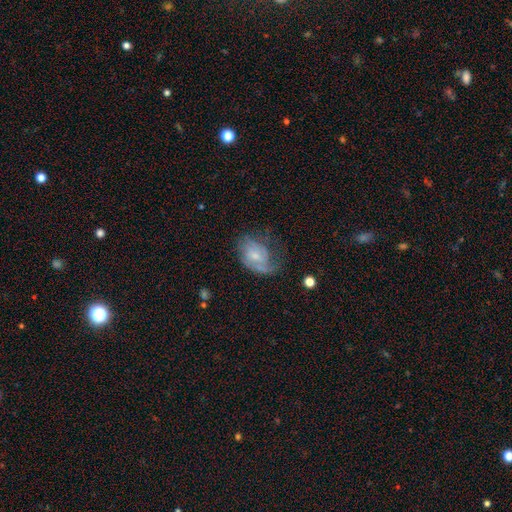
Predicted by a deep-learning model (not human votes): Smooth or featured?
  - featured or disk: 59% *
  - smooth: 34%
  - star or artifact: 8%
Edge-on disk?
  - no: 96% *
  - yes: 4%
Bar?
  - no: 64% *
  - weak: 31%
  - strong: 4%
Spiral arms?
  - yes: 77% *
  - no: 23%
Bulge size?
  - small: 59% *
  - moderate: 31%
  - none: 7%
  - large: 2%
  - dominant: 1%
Merging?
  - none: 42% *
  - minor disturbance: 30%
  - major disturbance: 26%
  - merger: 2%